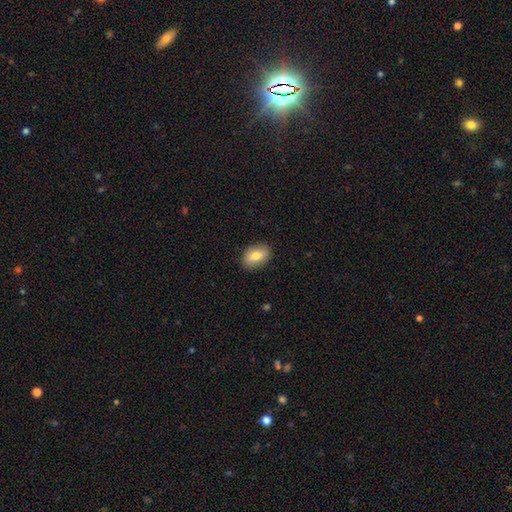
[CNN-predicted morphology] Smooth or featured: smooth — 79% (featured or disk — 14%)
How rounded: in between — 82% (round — 17%)
Merging: none — 87% (minor disturbance — 10%)